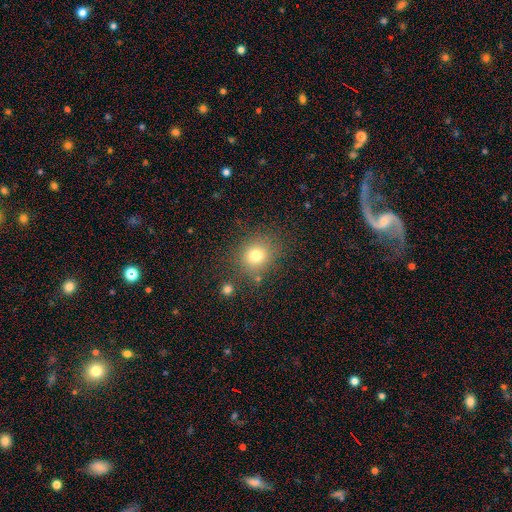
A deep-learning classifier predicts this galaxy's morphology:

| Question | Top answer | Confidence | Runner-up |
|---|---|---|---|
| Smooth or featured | smooth | 76% | star or artifact (15%) |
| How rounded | round | 81% | in between (18%) |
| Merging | none | 79% | minor disturbance (11%) |